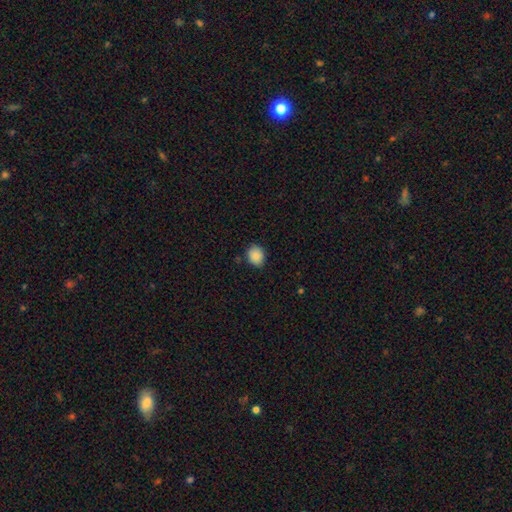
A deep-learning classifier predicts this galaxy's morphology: This is clearly a smooth galaxy (88%). How rounded: likely round (61%). Merging: clearly none (84%).